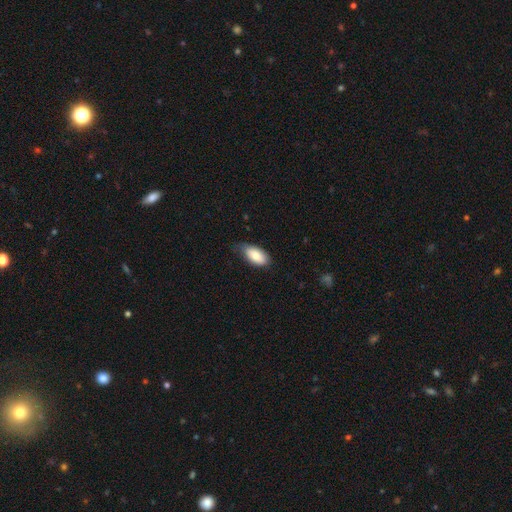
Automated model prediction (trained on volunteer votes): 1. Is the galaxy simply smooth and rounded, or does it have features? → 82% smooth, 11% featured or disk, 6% star or artifact.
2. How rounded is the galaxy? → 93% in between, 4% cigar-shaped, 3% round.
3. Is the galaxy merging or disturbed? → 59% none, 33% minor disturbance, 7% major disturbance, 1% merger.